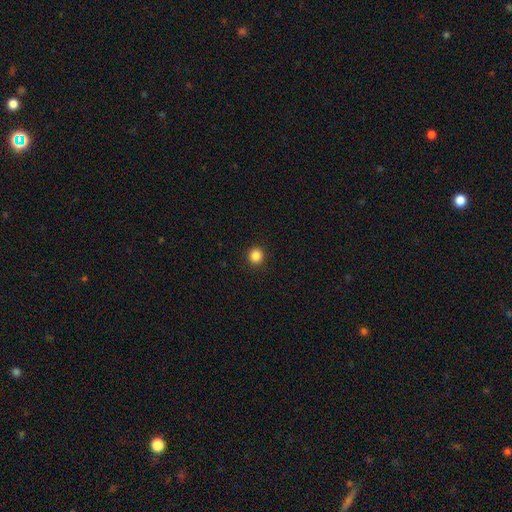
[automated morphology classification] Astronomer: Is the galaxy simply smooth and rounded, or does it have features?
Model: smooth — 86%.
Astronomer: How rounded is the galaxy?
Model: round — 93%.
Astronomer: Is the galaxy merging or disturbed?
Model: none — 93%.